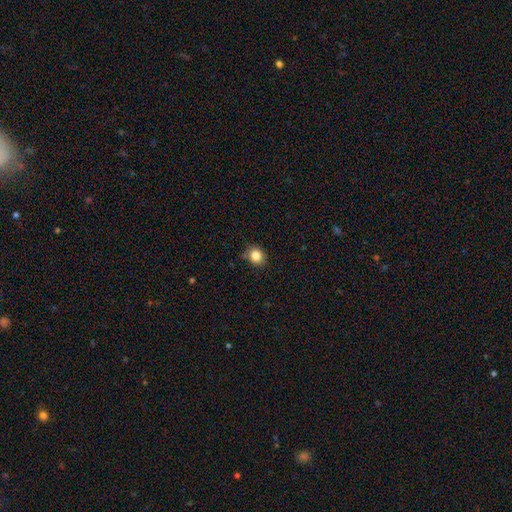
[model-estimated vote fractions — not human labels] This appears to be a smooth galaxy with no disk features (84%) that is round (66%). Merging: none (80%).